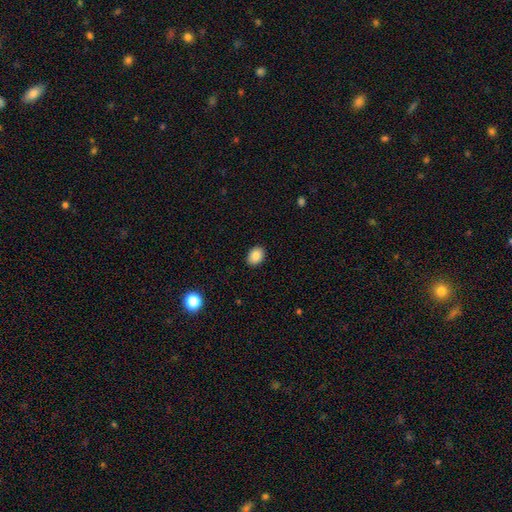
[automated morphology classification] A smooth galaxy with no disk features (87%) that is in between round and cigar-shaped (69%).

Vote fractions:
- Smooth or featured? smooth: 87% / star or artifact: 8% / featured or disk: 5%
- How rounded? in between: 69% / round: 31% / cigar-shaped: 1%
- Merging? none: 90% / minor disturbance: 7% / major disturbance: 2% / merger: 1%